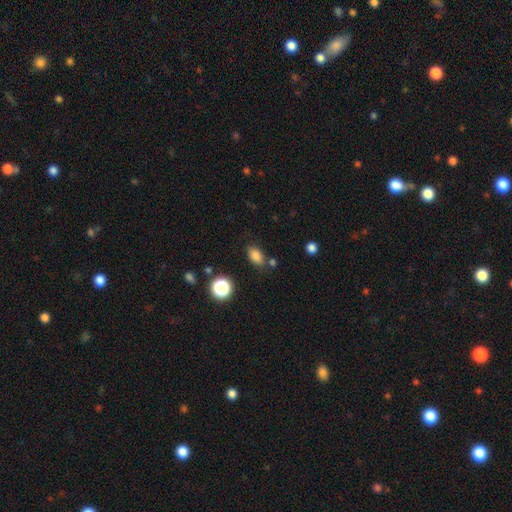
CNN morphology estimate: type=smooth (82%); roundness=in between (84%); merging=none (77%).